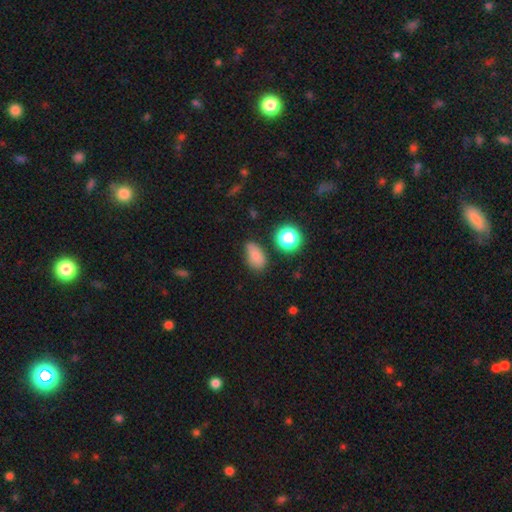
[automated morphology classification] Q: Smooth or featured?
A: smooth (76%); runner-up: star or artifact (13%)
Q: How rounded?
A: in between (83%); runner-up: round (14%)
Q: Merging?
A: none (63%); runner-up: minor disturbance (26%)